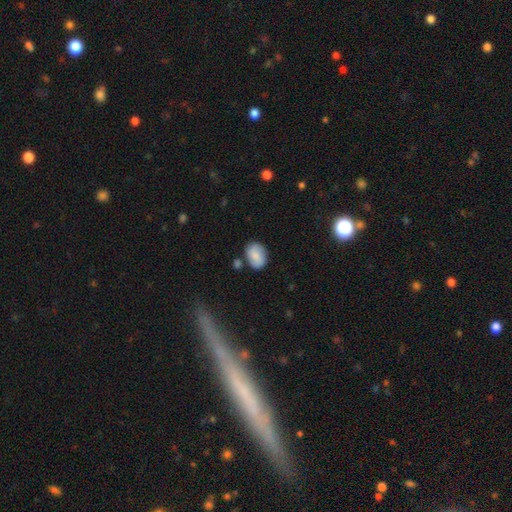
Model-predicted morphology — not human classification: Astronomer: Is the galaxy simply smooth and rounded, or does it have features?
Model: smooth — 78%.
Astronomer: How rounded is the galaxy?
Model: in between — 76%.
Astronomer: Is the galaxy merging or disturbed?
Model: none — 71%.